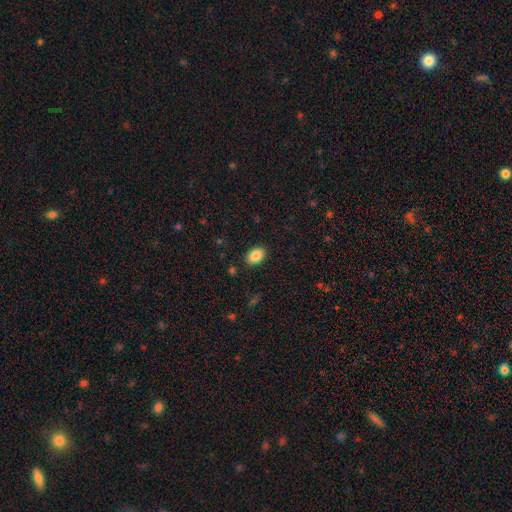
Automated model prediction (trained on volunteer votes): Smooth or featured? smooth (87%)
How rounded? in between (81%)
Merging? none (89%)